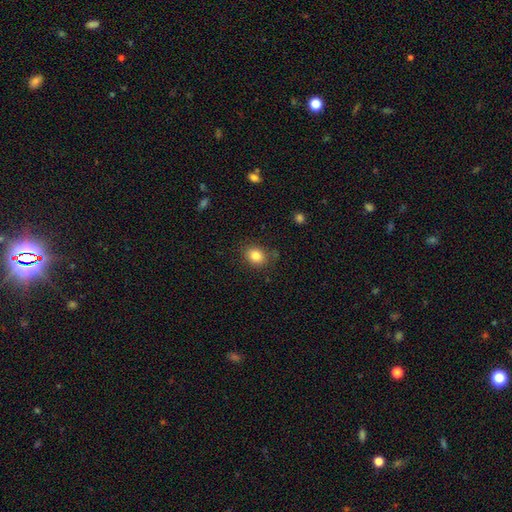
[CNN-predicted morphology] Smooth or featured?
  - smooth: 84% *
  - star or artifact: 10%
  - featured or disk: 7%
How rounded?
  - round: 54% *
  - in between: 45%
  - cigar-shaped: 1%
Merging?
  - none: 82% *
  - minor disturbance: 13%
  - major disturbance: 3%
  - merger: 2%